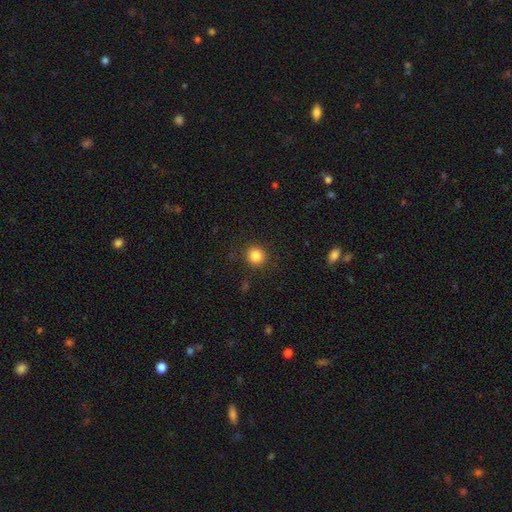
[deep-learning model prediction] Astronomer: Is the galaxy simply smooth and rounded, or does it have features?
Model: smooth — 85%.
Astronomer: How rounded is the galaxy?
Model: round — 92%.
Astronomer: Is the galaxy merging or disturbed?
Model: none — 89%.